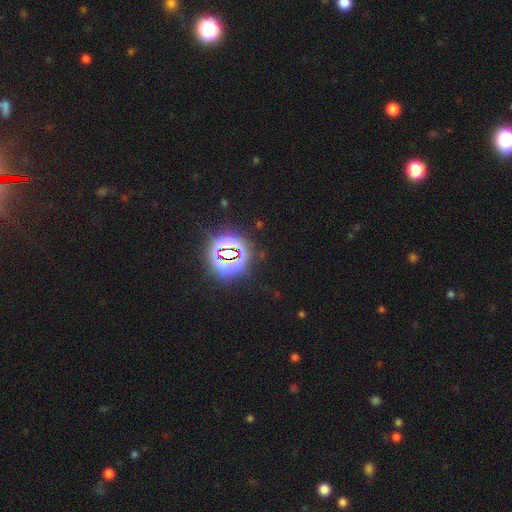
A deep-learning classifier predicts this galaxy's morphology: Q: Smooth or featured?
A: star or artifact (82%); runner-up: smooth (11%)